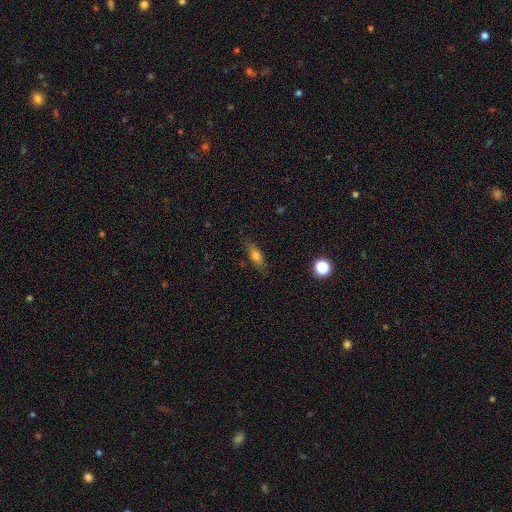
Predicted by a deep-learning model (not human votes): Smooth or featured: smooth — 72% (featured or disk — 18%)
How rounded: in between — 67% (cigar-shaped — 27%)
Merging: none — 81% (minor disturbance — 14%)